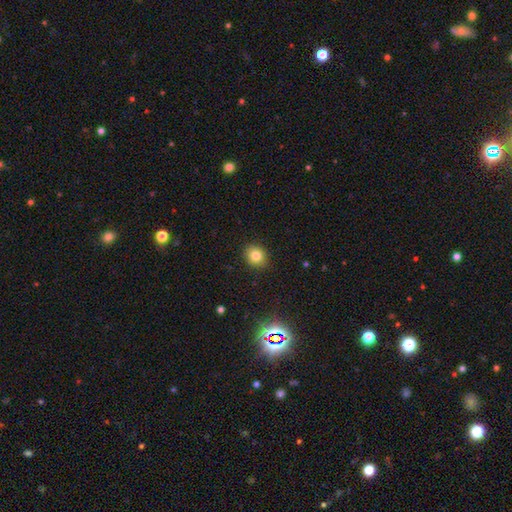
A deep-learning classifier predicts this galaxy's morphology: smooth 80%, star or artifact 13%, featured or disk 7%. Down the decision tree: how rounded — round (75%); merging — none (90%).